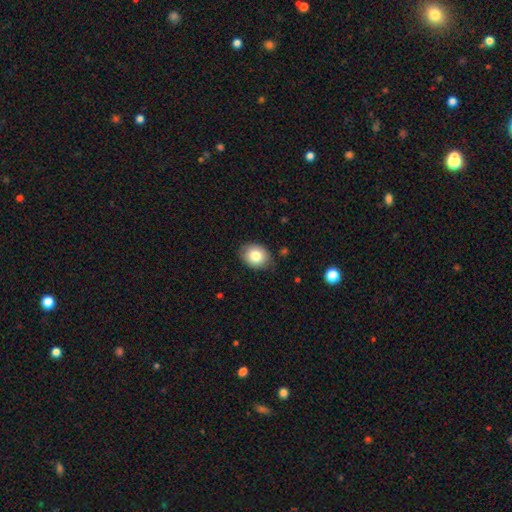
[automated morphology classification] This appears to be a smooth galaxy with no disk features (81%) that is in between round and cigar-shaped (51%). Merging: none (82%).